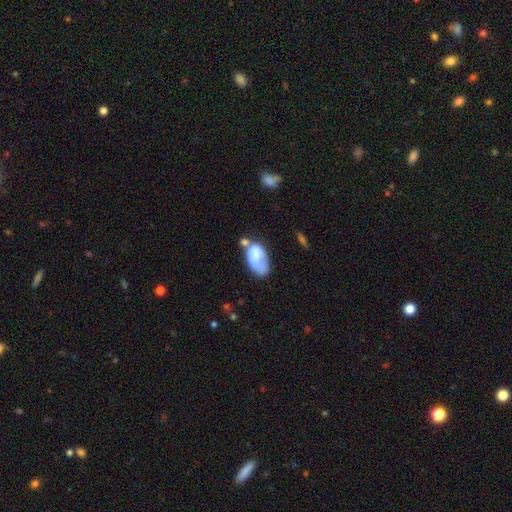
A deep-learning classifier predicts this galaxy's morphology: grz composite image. It shows a smooth galaxy with no disk features (66%) that is in between round and cigar-shaped (93%). Merging: none (31%).